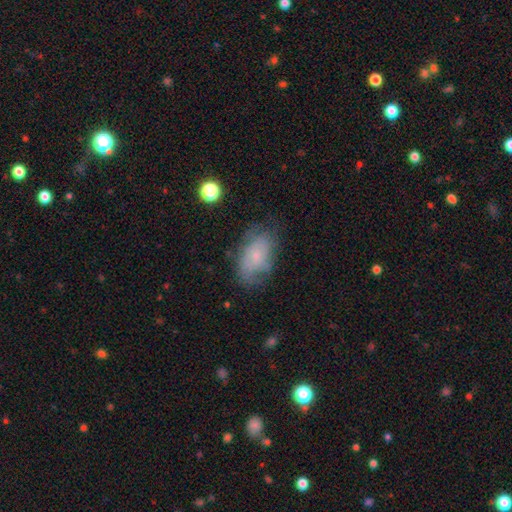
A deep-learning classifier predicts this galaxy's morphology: smooth_or_featured: smooth (p=0.53) [alt: featured or disk p=0.37]
how_rounded: in between (p=0.91) [alt: round p=0.07]
merging: none (p=0.59) [alt: minor disturbance p=0.26]